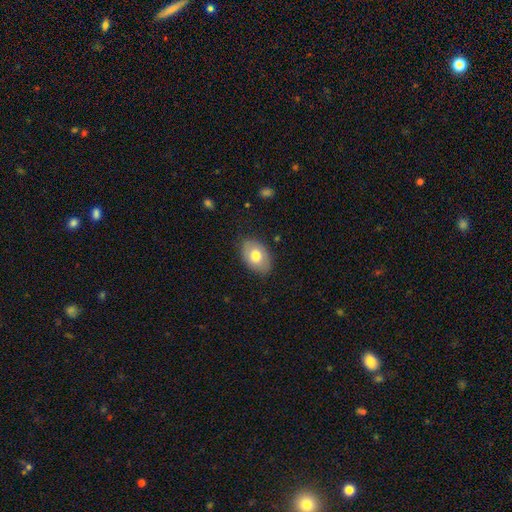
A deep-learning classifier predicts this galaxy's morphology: Smooth or featured? smooth (73%)
How rounded? in between (86%)
Merging? none (83%)